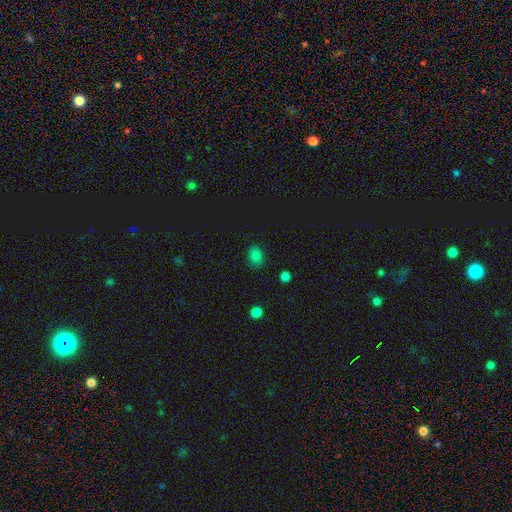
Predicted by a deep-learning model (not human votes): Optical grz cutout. It shows a smooth galaxy with no disk features (78%) that is in between round and cigar-shaped (62%). Merging: none (83%).